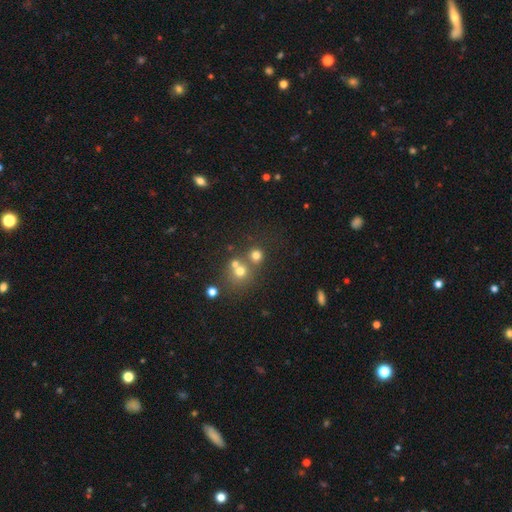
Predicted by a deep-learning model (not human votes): Morphology: type=smooth (65%); roundness=round (86%); merging=none (54%).